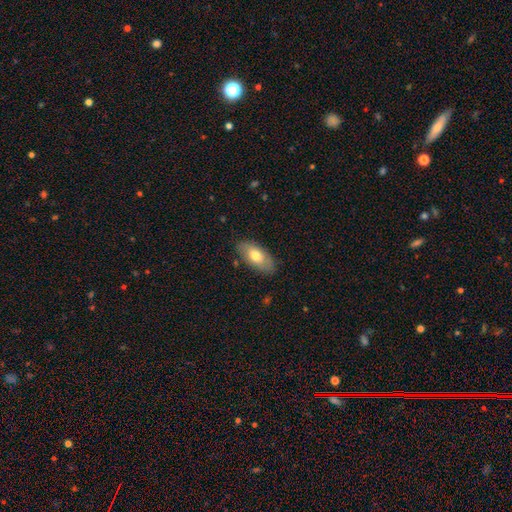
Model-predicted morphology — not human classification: Overall: smooth (70%). How rounded: in between (90%). Merging: none (83%).